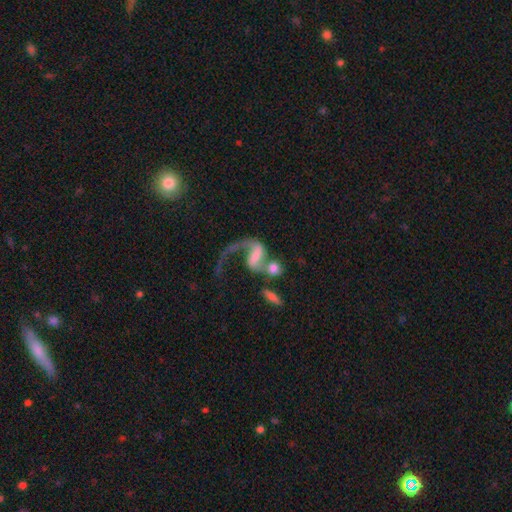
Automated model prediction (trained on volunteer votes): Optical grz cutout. It shows a featured or disk galaxy (72%) with a weak bar (38%), 1 (52%) loose (83%) spiral arms (85%) and no central bulge (37%). Merging: merger (38%).